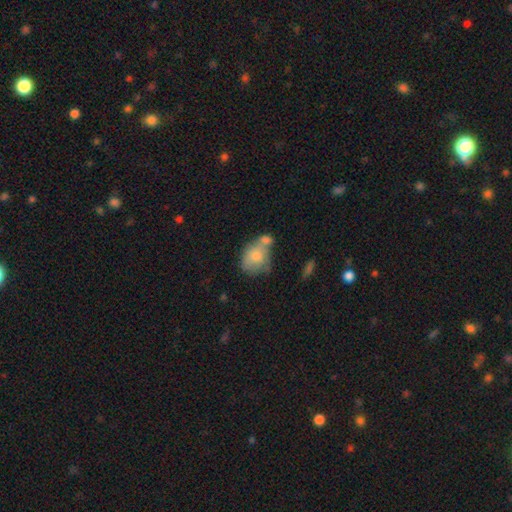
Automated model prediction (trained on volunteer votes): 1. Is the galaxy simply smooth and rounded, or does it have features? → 71% smooth, 21% featured or disk, 7% star or artifact.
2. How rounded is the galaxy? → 51% in between, 48% round, 1% cigar-shaped.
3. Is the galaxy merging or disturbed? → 48% merger, 26% none, 17% minor disturbance, 9% major disturbance.